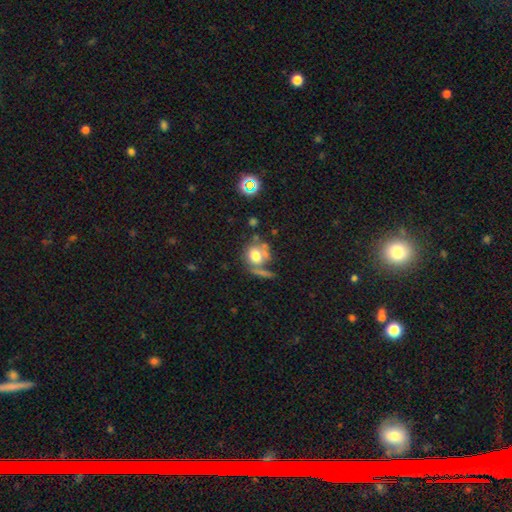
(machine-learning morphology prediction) Q: Smooth or featured?
A: smooth (69%); runner-up: featured or disk (19%)
Q: How rounded?
A: round (76%); runner-up: in between (22%)
Q: Merging?
A: none (45%); runner-up: merger (26%)